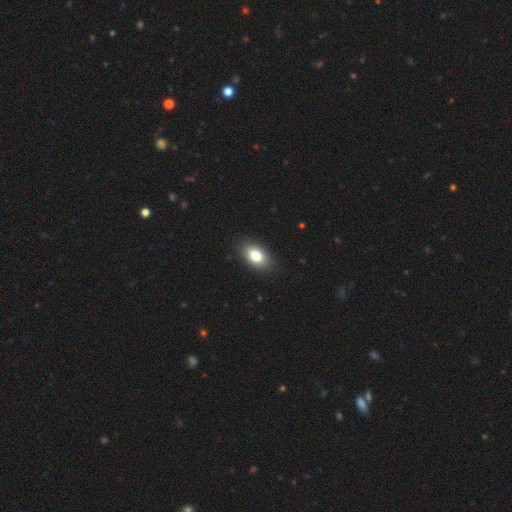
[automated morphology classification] This appears to be a smooth galaxy with no disk features (82%) that is in between round and cigar-shaped (91%). Merging: none (88%).